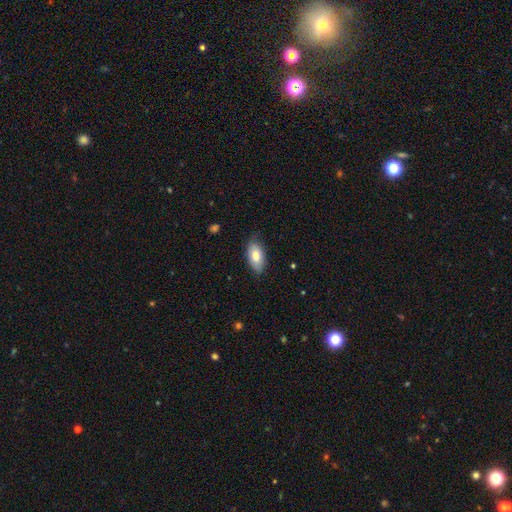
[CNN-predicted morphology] smooth_or_featured: smooth (p=0.78) [alt: featured or disk p=0.16]
how_rounded: in between (p=0.93) [alt: cigar-shaped p=0.04]
merging: none (p=0.75) [alt: minor disturbance p=0.21]